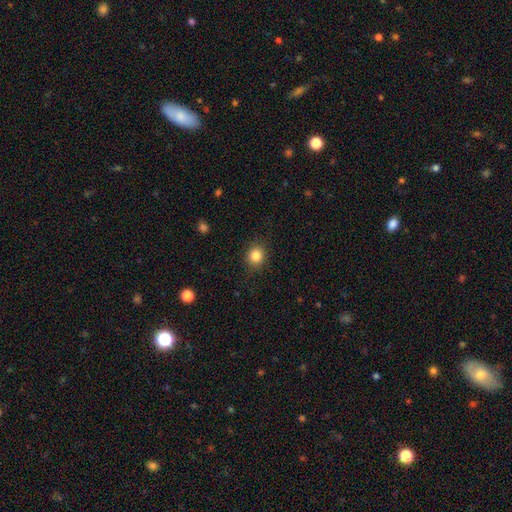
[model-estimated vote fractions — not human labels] A smooth galaxy with no disk features (84%) that is round (82%).

Vote fractions:
- Smooth or featured? smooth: 84% / star or artifact: 11% / featured or disk: 5%
- How rounded? round: 82% / in between: 17% / cigar-shaped: 1%
- Merging? none: 88% / minor disturbance: 8% / major disturbance: 3% / merger: 1%